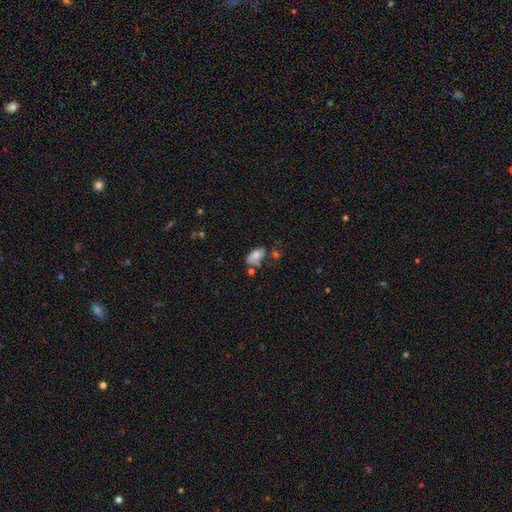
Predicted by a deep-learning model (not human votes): Q: Smooth or featured?
A: smooth (69%); runner-up: featured or disk (22%)
Q: How rounded?
A: in between (93%); runner-up: round (4%)
Q: Merging?
A: none (42%); runner-up: minor disturbance (27%)